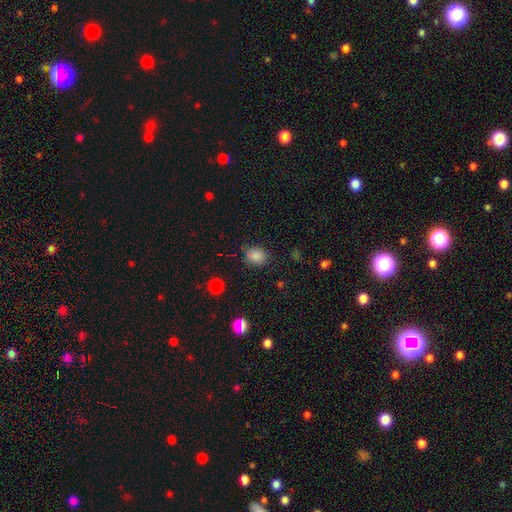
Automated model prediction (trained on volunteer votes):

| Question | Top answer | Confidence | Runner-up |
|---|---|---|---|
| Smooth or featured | smooth | 80% | star or artifact (14%) |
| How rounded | round | 55% | in between (44%) |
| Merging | none | 75% | minor disturbance (18%) |